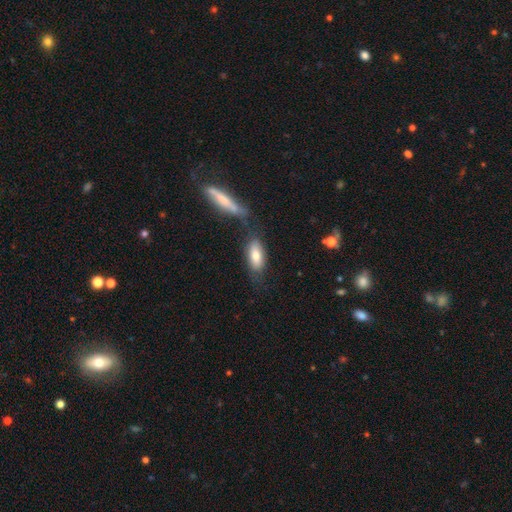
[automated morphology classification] smooth-or-featured: smooth: 76% | featured or disk: 17% | star or artifact: 7%
  how-rounded: in between: 81% | cigar-shaped: 16% | round: 3%
  merging: none: 60% | merger: 17% | minor disturbance: 17% | major disturbance: 6%